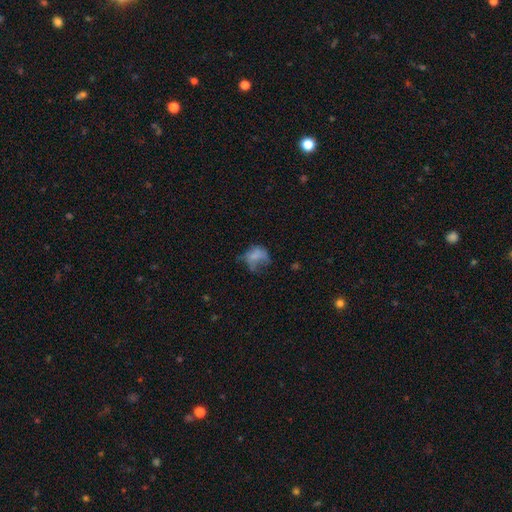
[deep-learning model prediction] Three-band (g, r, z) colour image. It shows a smooth galaxy with no disk features (57%) that is in between round and cigar-shaped (53%). Merging: major disturbance (41%).